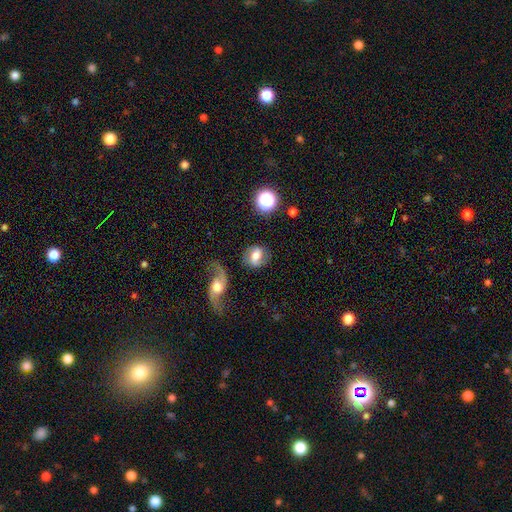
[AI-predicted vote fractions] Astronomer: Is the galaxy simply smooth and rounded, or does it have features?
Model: smooth — 47% (runner-up: featured or disk, 43%).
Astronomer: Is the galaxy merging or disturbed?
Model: none — 74%.